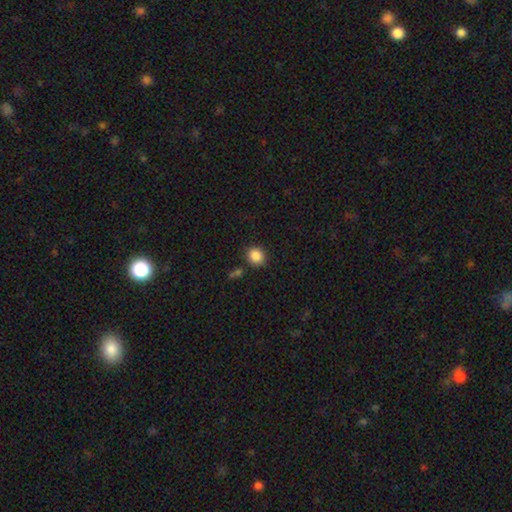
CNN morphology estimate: This appears to be a smooth galaxy with no disk features (87%) that is round (80%). Merging: none (83%).